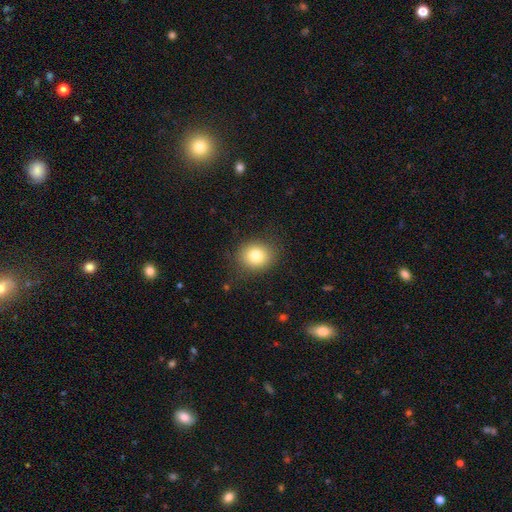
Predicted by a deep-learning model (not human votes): smooth 80%, star or artifact 10%, featured or disk 9%. Down the decision tree: how rounded — round (73%); merging — none (86%).